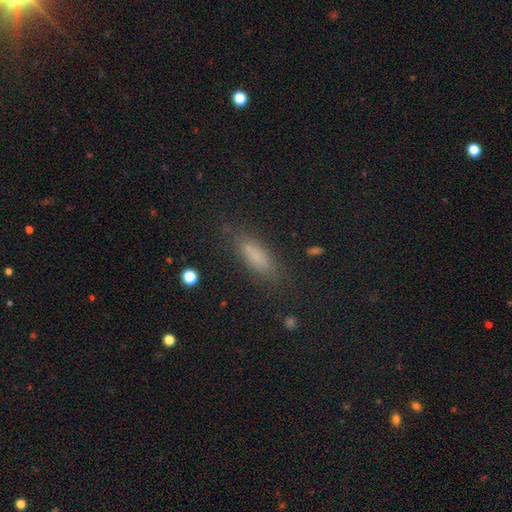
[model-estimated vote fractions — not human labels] The model was most divided on "how rounded": in between: 53%, cigar-shaped: 43%, round: 4%. More confident: merging — none (79%); smooth or featured — smooth (74%).